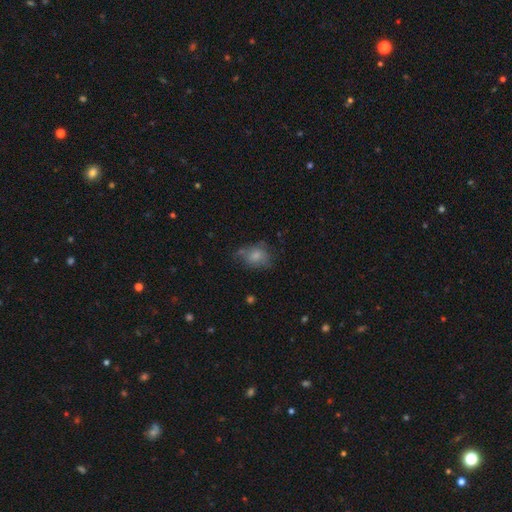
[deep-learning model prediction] Smooth or featured? smooth (74%)
How rounded? in between (55%)
Merging? none (53%)